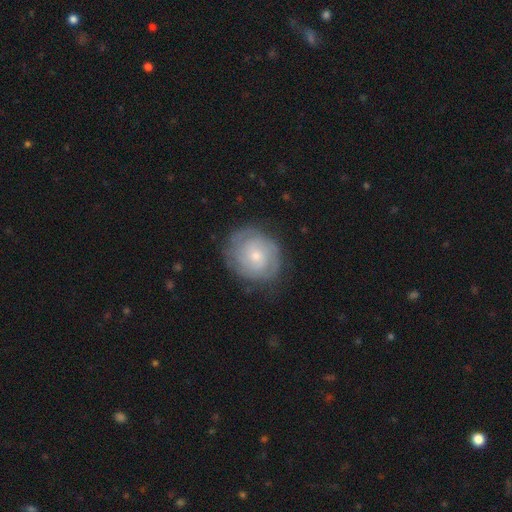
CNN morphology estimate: featured or disk 66%, smooth 27%, star or artifact 7%. Down the decision tree: edge-on disk — no (97%); bar — no (75%); spiral arms — yes (86%); spiral arm count — can't tell (44%); spiral winding — tight (73%); bulge size — small (62%); merging — none (77%).